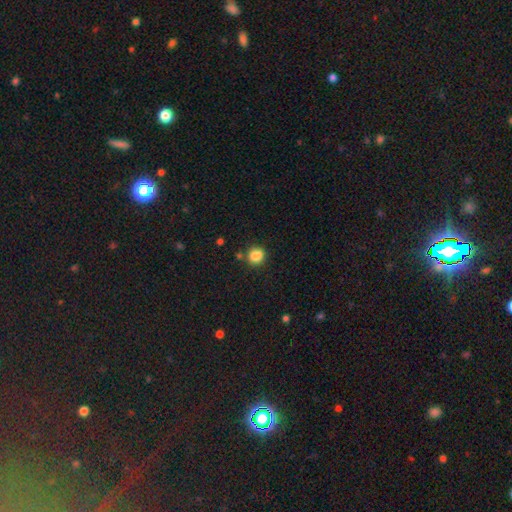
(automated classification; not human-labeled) A smooth galaxy with no disk features (86%) that is round (82%). Merging: none (78%).